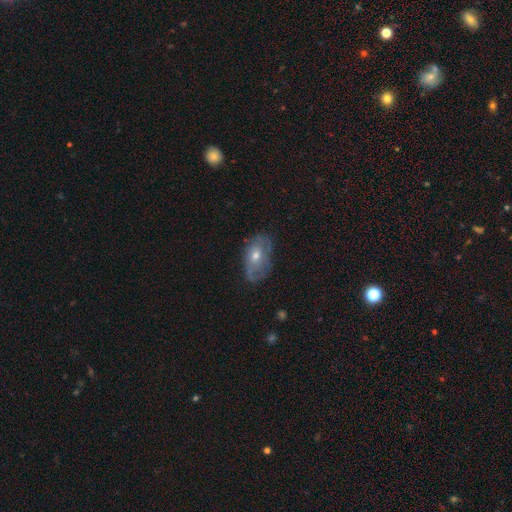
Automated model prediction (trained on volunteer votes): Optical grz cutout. It shows a featured or disk galaxy (56%) with no bar (79%), spiral arms (63%) and a moderate central bulge (62%). Merging: none (64%).